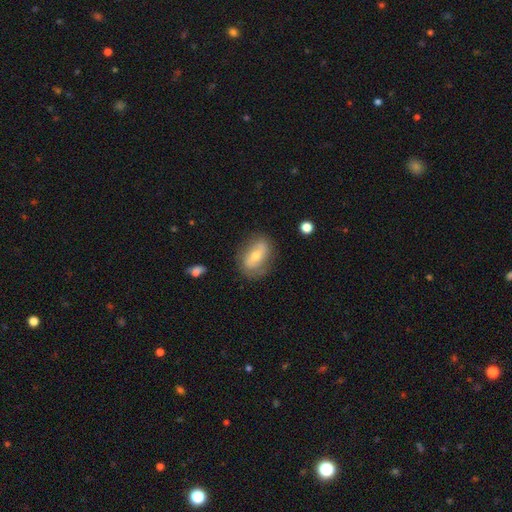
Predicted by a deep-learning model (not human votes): Smooth or featured: featured or disk — 47% (smooth — 46%)
Merging: none — 75% (minor disturbance — 17%)